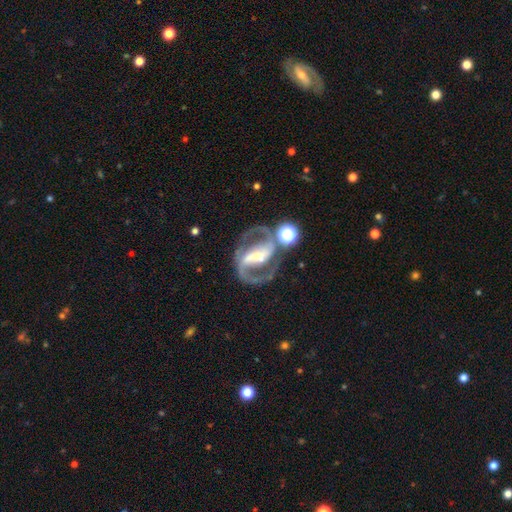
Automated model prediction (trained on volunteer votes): featured or disk 88%, star or artifact 7%, smooth 5%. Down the decision tree: edge-on disk — no (97%); bar — strong (66%); spiral arms — yes (96%); spiral arm count — 2 (92%); spiral winding — medium (60%); bulge size — small (41%); merging — none (67%).